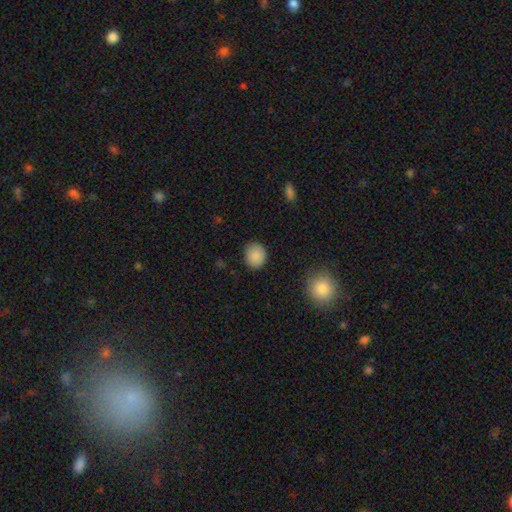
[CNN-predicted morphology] Smooth or featured?
  - smooth: 88% *
  - star or artifact: 8%
  - featured or disk: 4%
How rounded?
  - round: 78% *
  - in between: 21%
  - cigar-shaped: 1%
Merging?
  - none: 86% *
  - minor disturbance: 10%
  - major disturbance: 3%
  - merger: 1%